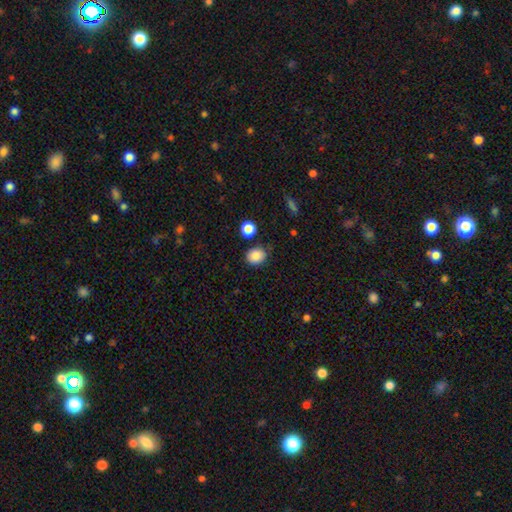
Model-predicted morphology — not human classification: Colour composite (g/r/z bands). It shows a smooth galaxy with no disk features (86%) that is round (65%). Merging: none (78%).